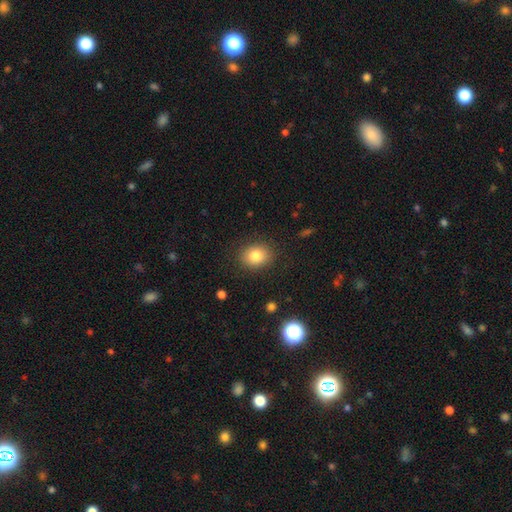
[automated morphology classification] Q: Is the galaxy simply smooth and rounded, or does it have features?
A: smooth — 82%.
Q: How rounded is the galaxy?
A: round — 51%.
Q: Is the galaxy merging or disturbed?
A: none — 87%.